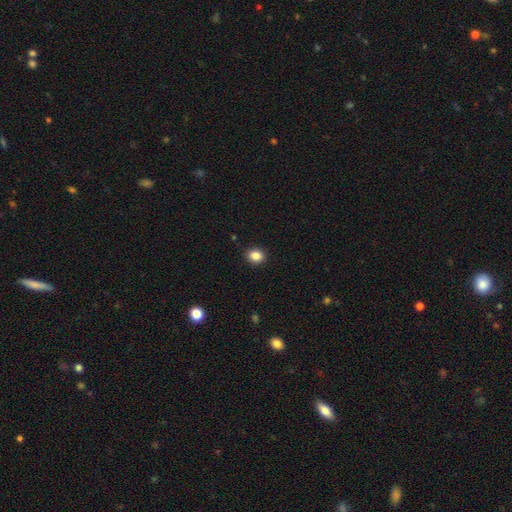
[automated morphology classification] A smooth galaxy with no disk features (85%) that is round (62%). Merging: none (91%).